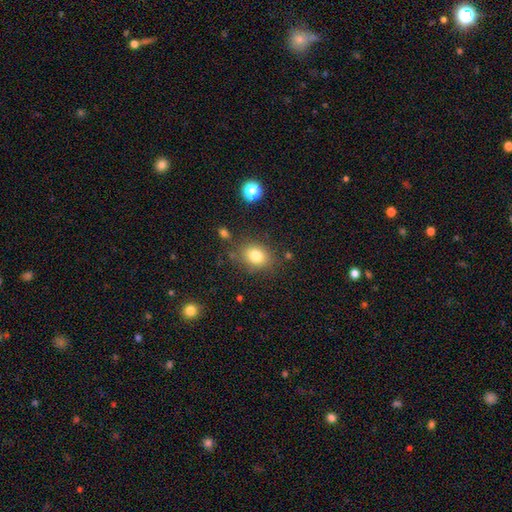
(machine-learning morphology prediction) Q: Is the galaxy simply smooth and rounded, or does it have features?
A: smooth — 80%.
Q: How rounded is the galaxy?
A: in between — 52%.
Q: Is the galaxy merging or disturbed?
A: none — 78%.